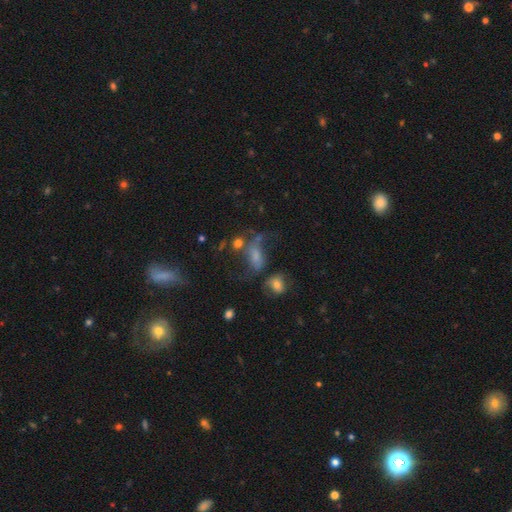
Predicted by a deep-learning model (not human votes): Morphology: type=smooth (50%); merging=major disturbance (32%).